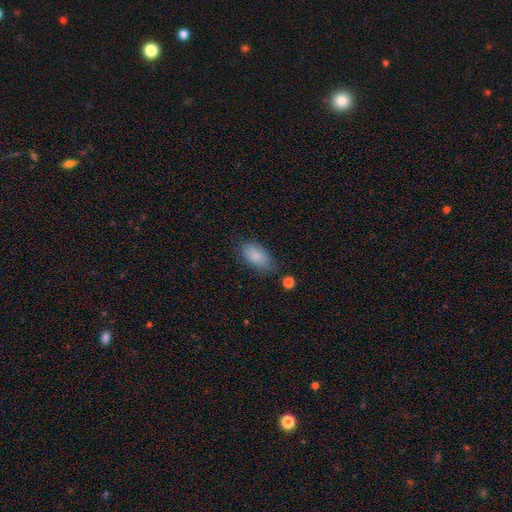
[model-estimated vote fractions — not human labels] Smooth or featured? Predicted: smooth (p=0.86). How rounded? Predicted: in between (p=0.92). Merging? Predicted: none (p=0.70).